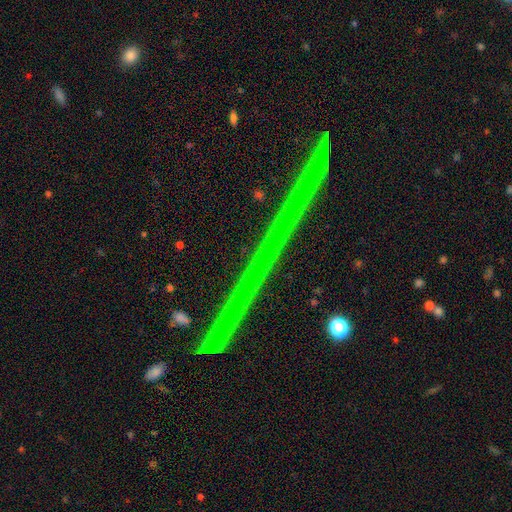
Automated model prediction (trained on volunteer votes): This appears to be a star or artifact, not a galaxy (57%).